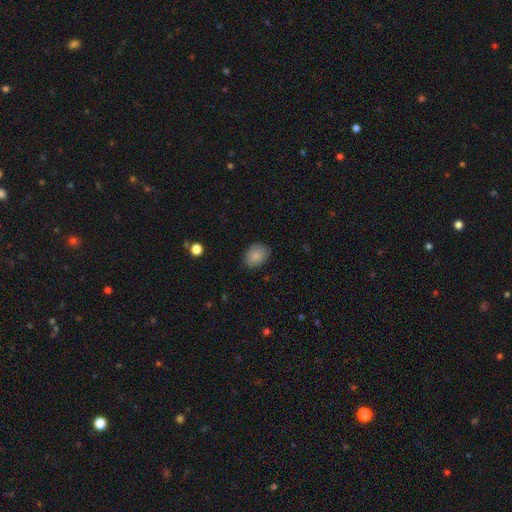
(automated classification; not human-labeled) A smooth galaxy with no disk features (84%) that is in between round and cigar-shaped (57%).

Vote fractions:
- Smooth or featured? smooth: 84% / featured or disk: 8% / star or artifact: 8%
- How rounded? in between: 57% / round: 42% / cigar-shaped: 1%
- Merging? none: 80% / minor disturbance: 16% / major disturbance: 3% / merger: 1%